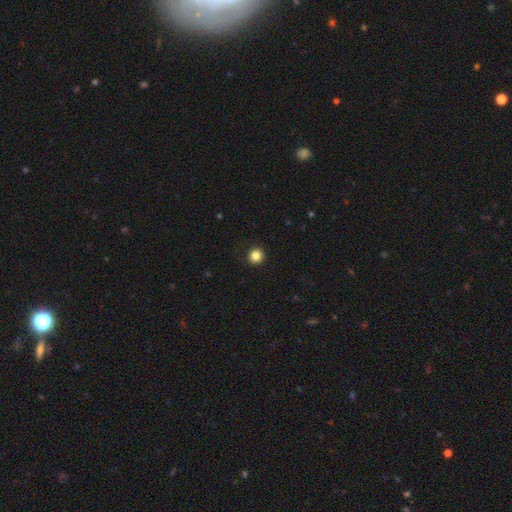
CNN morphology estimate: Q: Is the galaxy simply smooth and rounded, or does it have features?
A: smooth — 85%.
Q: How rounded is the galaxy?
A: round — 93%.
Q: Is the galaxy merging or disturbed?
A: none — 92%.